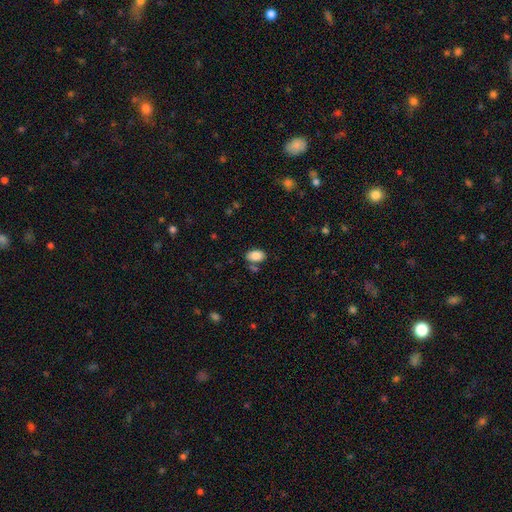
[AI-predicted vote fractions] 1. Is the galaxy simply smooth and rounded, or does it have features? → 86% smooth, 8% star or artifact, 6% featured or disk.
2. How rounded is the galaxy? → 90% in between, 9% round, 1% cigar-shaped.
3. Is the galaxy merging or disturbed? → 74% none, 13% minor disturbance, 9% merger, 3% major disturbance.